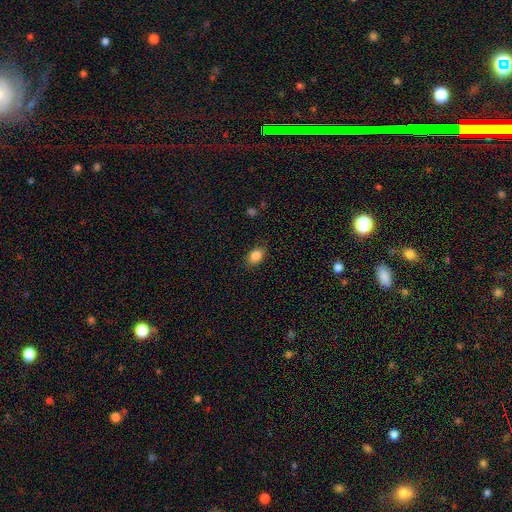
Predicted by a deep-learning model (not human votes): Smooth or featured: smooth — 86% (star or artifact — 9%)
How rounded: in between — 75% (round — 23%)
Merging: none — 85% (minor disturbance — 11%)